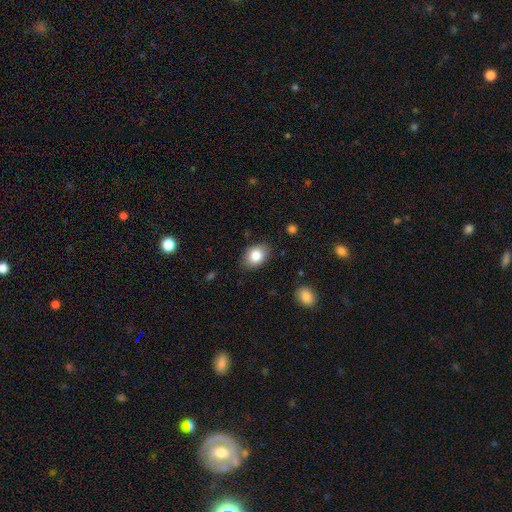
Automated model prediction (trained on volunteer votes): A smooth galaxy with no disk features (83%) that is in between round and cigar-shaped (73%). Merging: none (84%).